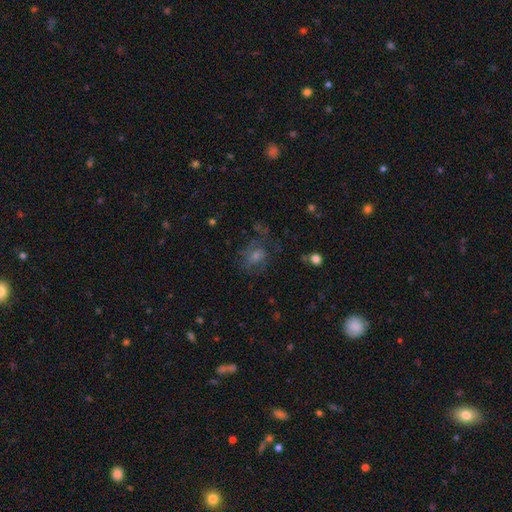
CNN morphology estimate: type=featured or disk (40%); merging=none (62%).